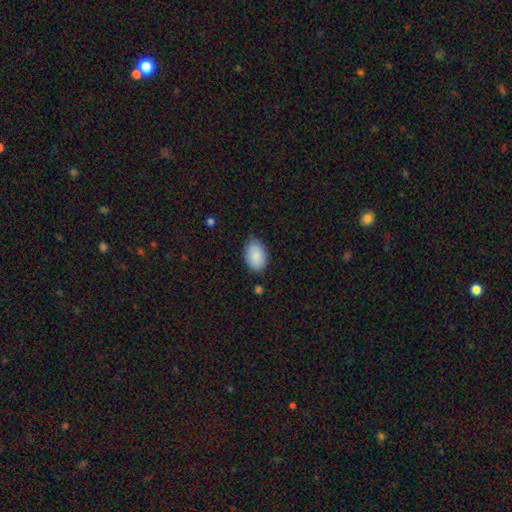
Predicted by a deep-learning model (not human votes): Smooth or featured? smooth (88%)
How rounded? in between (90%)
Merging? none (73%)